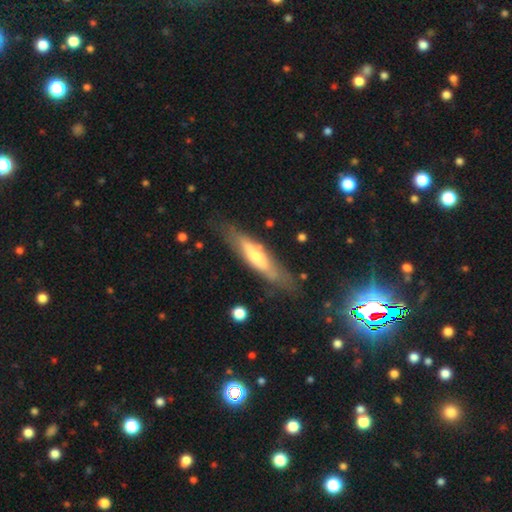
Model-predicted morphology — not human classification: smooth-or-featured: featured or disk: 57% | smooth: 35% | star or artifact: 8%
  disk-edge-on: yes: 74% | no: 26%
  merging: none: 75% | minor disturbance: 17% | major disturbance: 6% | merger: 2%